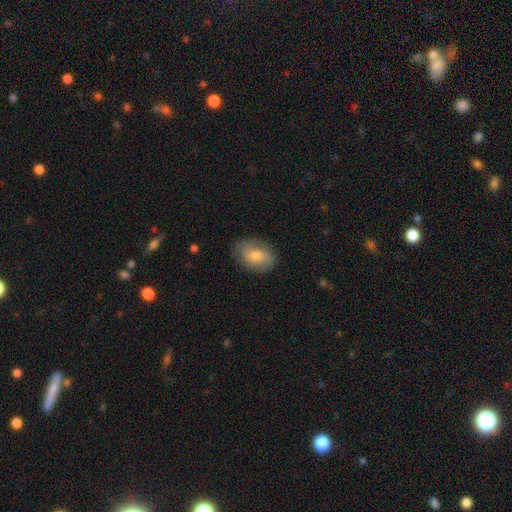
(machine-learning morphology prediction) Smooth or featured? Predicted: smooth (p=0.59). How rounded? Predicted: in between (p=0.72). Merging? Predicted: none (p=0.80).